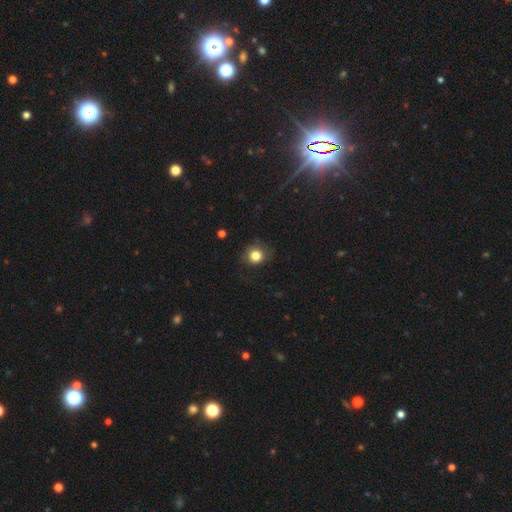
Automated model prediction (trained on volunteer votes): A smooth galaxy with no disk features (81%) that is round (82%).

Vote fractions:
- Smooth or featured? smooth: 81% / star or artifact: 11% / featured or disk: 8%
- How rounded? round: 82% / in between: 17% / cigar-shaped: 1%
- Merging? none: 75% / minor disturbance: 17% / major disturbance: 6% / merger: 1%